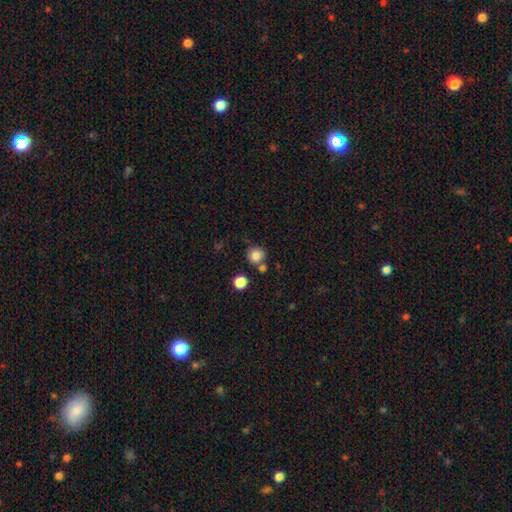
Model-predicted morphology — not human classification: This is clearly a smooth galaxy (82%). How rounded: clearly round (91%). Merging: likely none (72%).